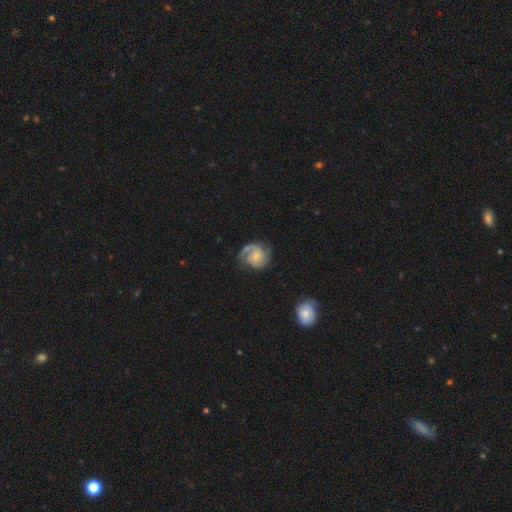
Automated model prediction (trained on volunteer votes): Smooth or featured? featured or disk (81%)
Edge-on disk? no (98%)
Bar? no (68%)
Spiral arms? yes (96%)
Spiral winding? medium (43%)
Spiral arm count? 2 (59%)
Bulge size? small (61%)
Merging? none (65%)